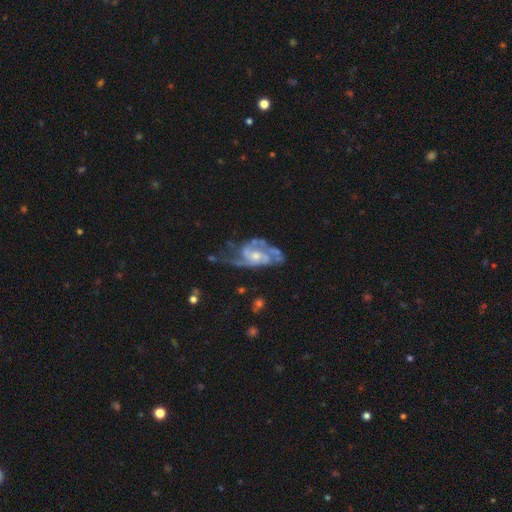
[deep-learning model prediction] A featured or disk galaxy (88%) with no bar (59%), 2 (56%) medium (49%) spiral arms (95%) and a small central bulge (48%). Merging: none (50%).